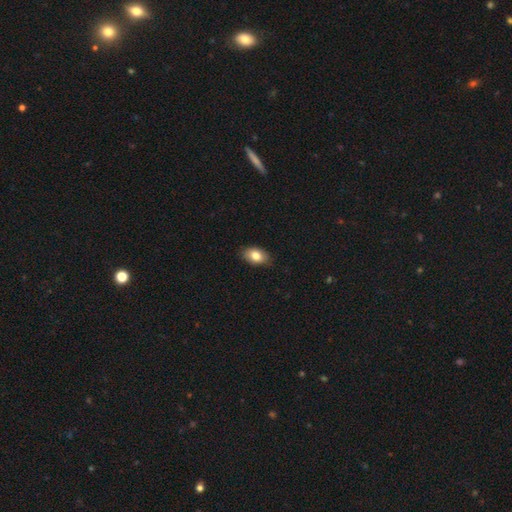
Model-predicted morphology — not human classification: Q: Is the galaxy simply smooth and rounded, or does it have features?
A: smooth — 82%.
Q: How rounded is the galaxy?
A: in between — 89%.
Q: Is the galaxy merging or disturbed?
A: none — 86%.